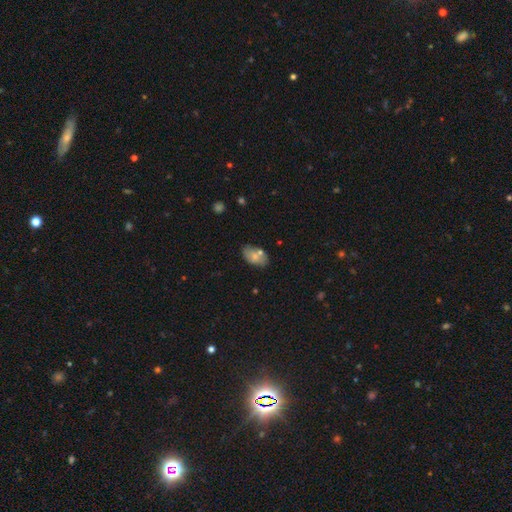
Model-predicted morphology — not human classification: smooth_or_featured: smooth (p=0.72) [alt: featured or disk p=0.20]
how_rounded: in between (p=0.92) [alt: round p=0.06]
merging: none (p=0.63) [alt: minor disturbance p=0.19]